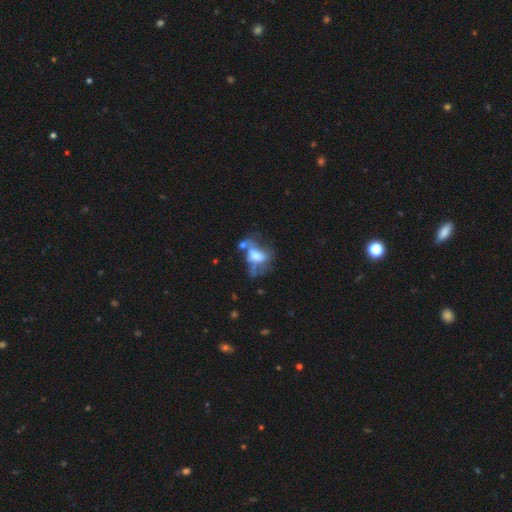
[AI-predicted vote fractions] A smooth galaxy with no disk features (45%).

Vote fractions:
- Smooth or featured? smooth: 45% / featured or disk: 44% / star or artifact: 11%
- Merging? major disturbance: 32% / none: 25% / merger: 23% / minor disturbance: 19%